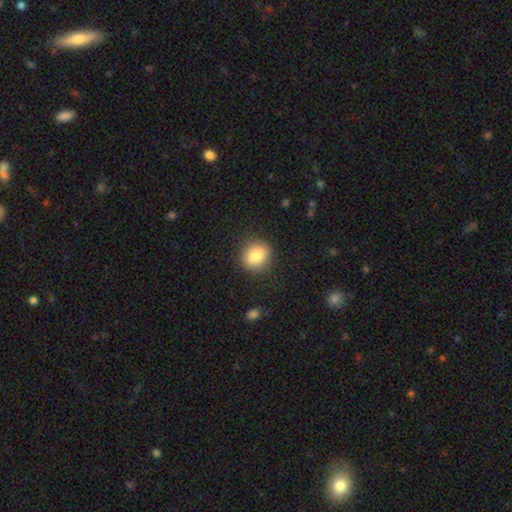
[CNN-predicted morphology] The model was most divided on "how rounded": round: 69%, in between: 30%, cigar-shaped: 1%. More confident: merging — none (86%); smooth or featured — smooth (85%).